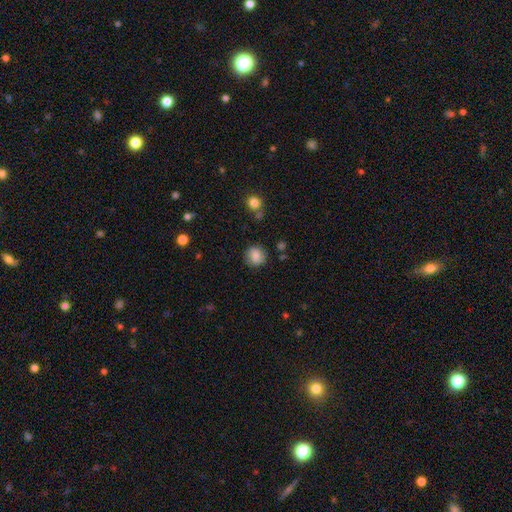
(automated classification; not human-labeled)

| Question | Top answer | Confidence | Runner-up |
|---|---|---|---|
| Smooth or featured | smooth | 78% | featured or disk (13%) |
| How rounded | round | 82% | in between (17%) |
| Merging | none | 81% | minor disturbance (12%) |